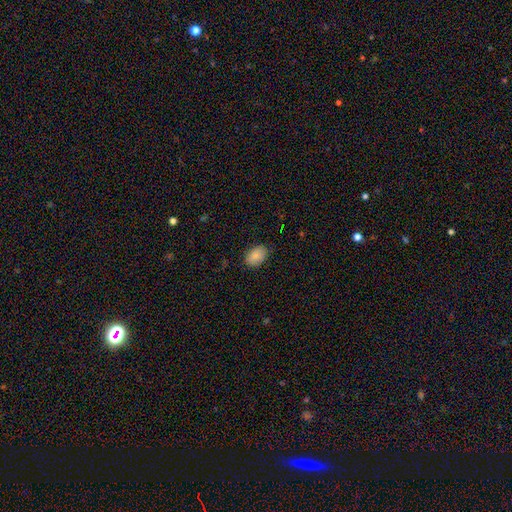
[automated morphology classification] Smooth or featured? Predicted: smooth (p=0.86). How rounded? Predicted: in between (p=0.86). Merging? Predicted: none (p=0.83).